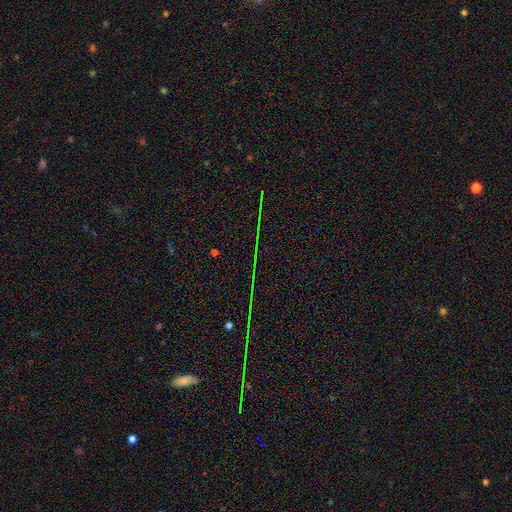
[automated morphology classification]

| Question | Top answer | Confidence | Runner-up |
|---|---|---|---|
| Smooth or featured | star or artifact | 81% | smooth (10%) |